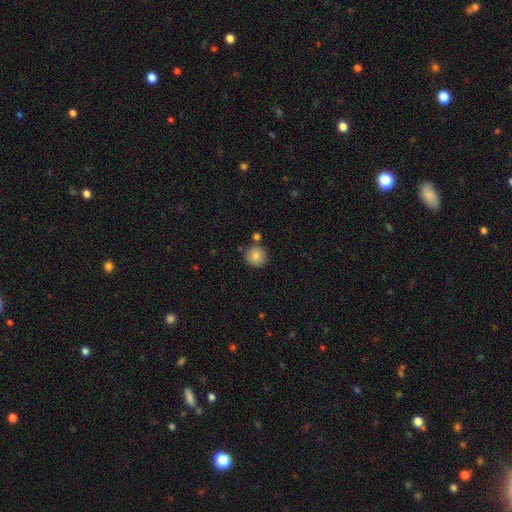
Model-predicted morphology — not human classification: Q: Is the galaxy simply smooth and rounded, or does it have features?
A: smooth — 84%.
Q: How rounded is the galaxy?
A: round — 94%.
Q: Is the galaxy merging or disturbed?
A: none — 80%.